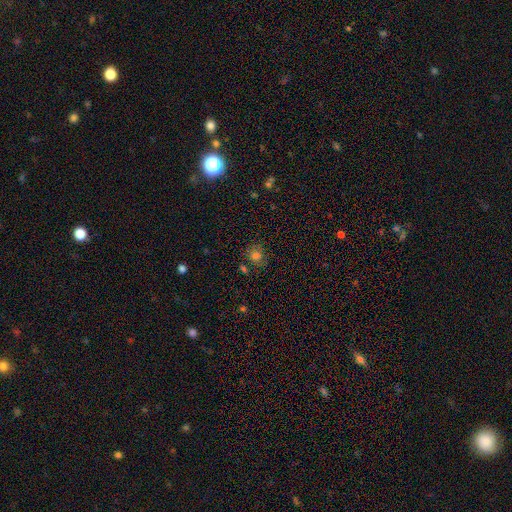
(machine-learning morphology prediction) Smooth or featured?
  - smooth: 71% *
  - star or artifact: 17%
  - featured or disk: 12%
How rounded?
  - round: 77% *
  - in between: 22%
  - cigar-shaped: 1%
Merging?
  - none: 71% *
  - minor disturbance: 17%
  - merger: 6%
  - major disturbance: 6%